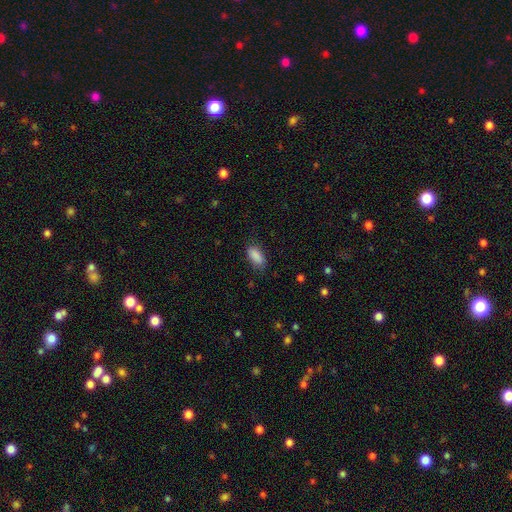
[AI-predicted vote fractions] smooth_or_featured: smooth (p=0.88) [alt: star or artifact p=0.07]
how_rounded: in between (p=0.88) [alt: cigar-shaped p=0.09]
merging: none (p=0.77) [alt: minor disturbance p=0.18]